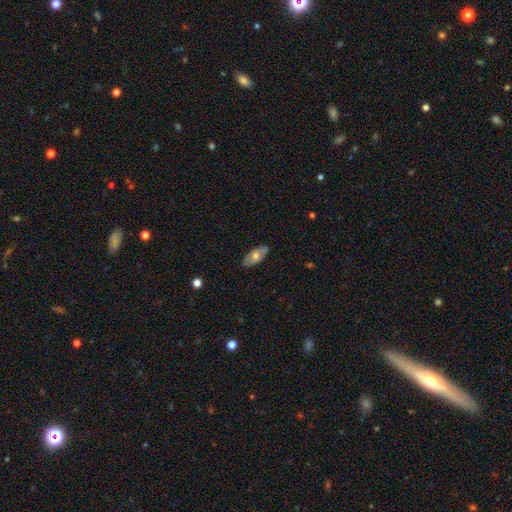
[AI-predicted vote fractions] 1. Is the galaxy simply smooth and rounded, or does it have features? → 52% smooth, 43% featured or disk, 6% star or artifact.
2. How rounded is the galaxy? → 86% in between, 11% cigar-shaped, 3% round.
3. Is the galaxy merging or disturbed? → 84% none, 13% minor disturbance, 2% major disturbance, 1% merger.